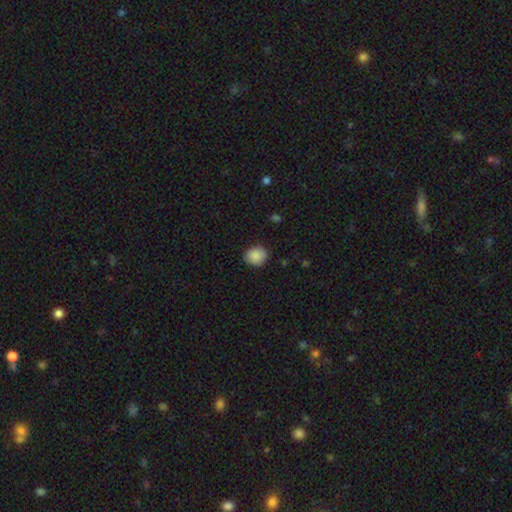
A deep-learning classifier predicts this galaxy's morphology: type=smooth (88%); roundness=round (64%); merging=none (83%).